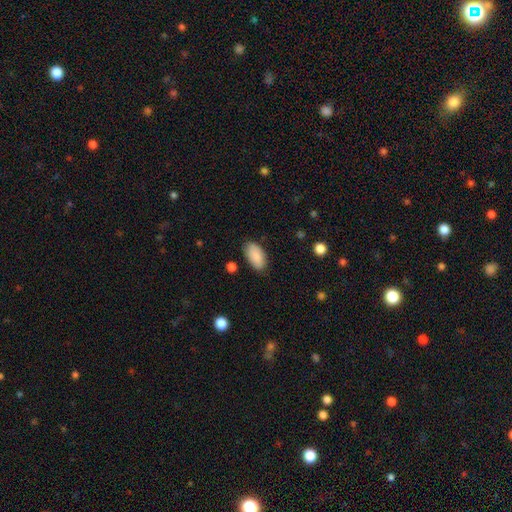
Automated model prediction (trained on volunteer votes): Q: Smooth or featured?
A: smooth (89%); runner-up: star or artifact (6%)
Q: How rounded?
A: in between (94%); runner-up: cigar-shaped (3%)
Q: Merging?
A: none (83%); runner-up: minor disturbance (13%)